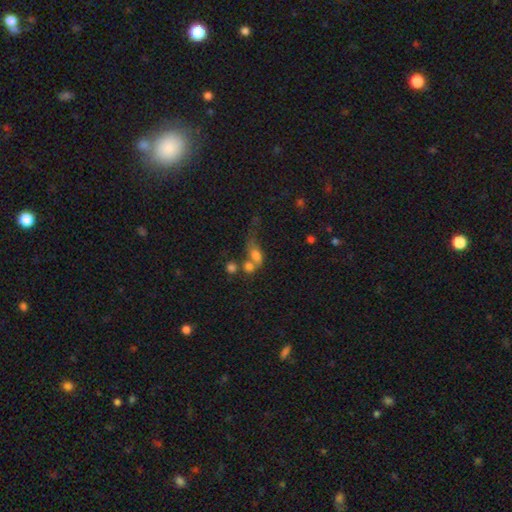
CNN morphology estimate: Q: Smooth or featured?
A: smooth (66%); runner-up: featured or disk (21%)
Q: How rounded?
A: in between (70%); runner-up: round (24%)
Q: Merging?
A: merger (52%); runner-up: major disturbance (20%)